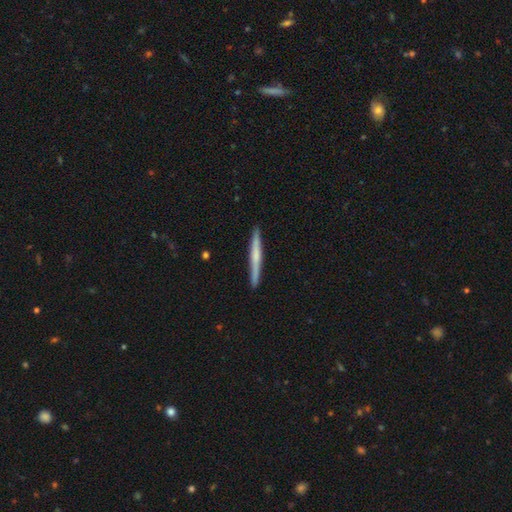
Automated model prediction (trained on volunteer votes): Q: Smooth or featured?
A: featured or disk (51%); runner-up: smooth (43%)
Q: Edge-on disk?
A: yes (97%); runner-up: no (3%)
Q: Edge-on bulge?
A: none (53%); runner-up: rounded (37%)
Q: Merging?
A: none (91%); runner-up: minor disturbance (6%)